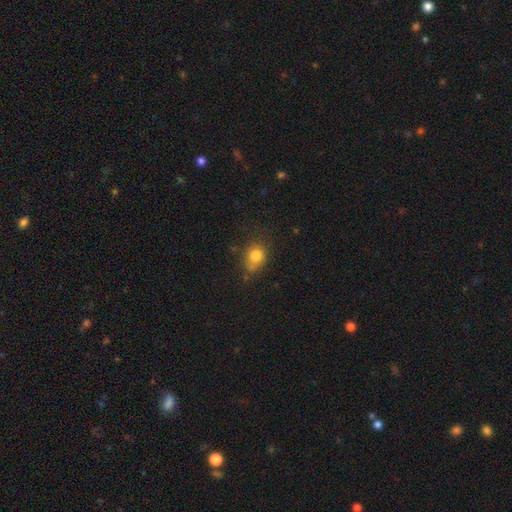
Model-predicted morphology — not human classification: The model was most divided on "merging": none: 54%, minor disturbance: 27%, merger: 11%, major disturbance: 9%. More confident: smooth or featured — smooth (80%); how rounded — round (68%).